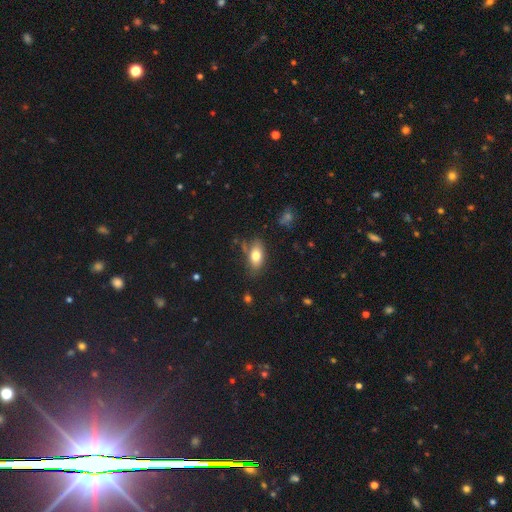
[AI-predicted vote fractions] A smooth galaxy with no disk features (77%) that is in between round and cigar-shaped (89%). Merging: none (72%).